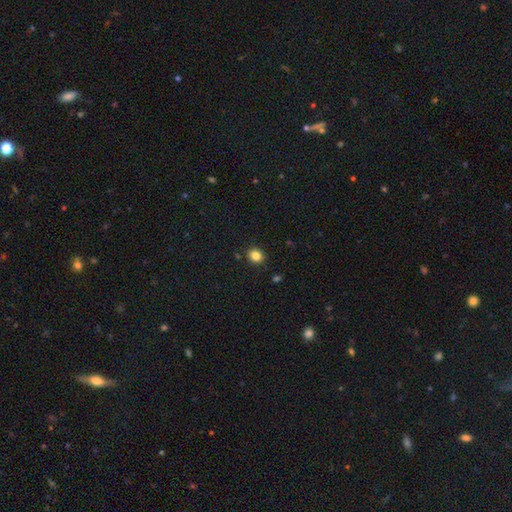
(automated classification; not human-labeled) A smooth galaxy with no disk features (84%) that is round (71%).

Vote fractions:
- Smooth or featured? smooth: 84% / star or artifact: 11% / featured or disk: 4%
- How rounded? round: 71% / in between: 28% / cigar-shaped: 1%
- Merging? none: 89% / minor disturbance: 7% / major disturbance: 2% / merger: 2%